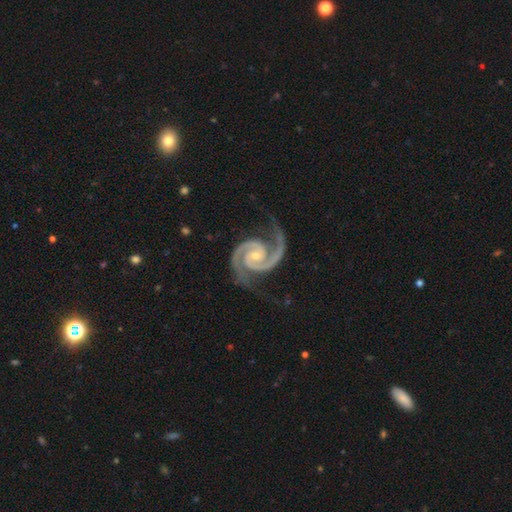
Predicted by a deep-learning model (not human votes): This appears to be a featured or disk galaxy (95%) with no bar (59%), 2 (92%) medium (49%) spiral arms (99%) and a small central bulge (66%). Merging: none (76%).